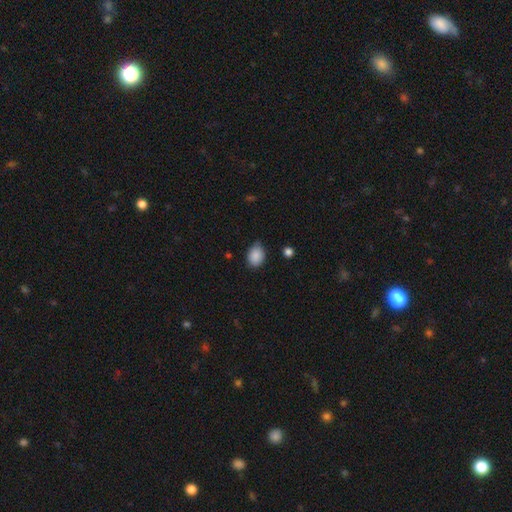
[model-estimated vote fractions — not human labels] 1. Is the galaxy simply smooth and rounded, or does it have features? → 88% smooth, 8% star or artifact, 4% featured or disk.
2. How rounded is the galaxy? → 60% in between, 39% round, 1% cigar-shaped.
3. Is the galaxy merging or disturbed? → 67% none, 26% minor disturbance, 4% major disturbance, 2% merger.